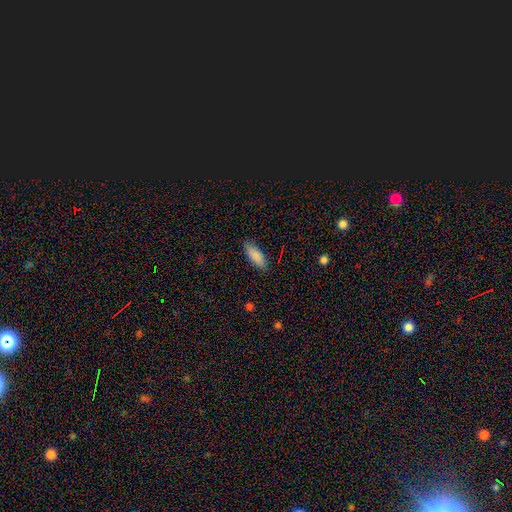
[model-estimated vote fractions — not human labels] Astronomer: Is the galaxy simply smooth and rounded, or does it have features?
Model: smooth — 88%.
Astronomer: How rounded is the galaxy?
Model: in between — 69%.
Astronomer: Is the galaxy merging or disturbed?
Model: none — 86%.